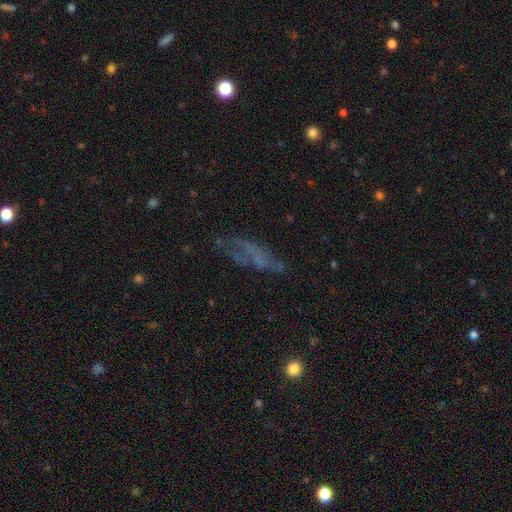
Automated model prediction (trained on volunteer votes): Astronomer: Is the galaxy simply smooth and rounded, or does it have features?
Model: featured or disk — 44% (runner-up: smooth, 35%).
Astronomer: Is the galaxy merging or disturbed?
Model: none — 51%.